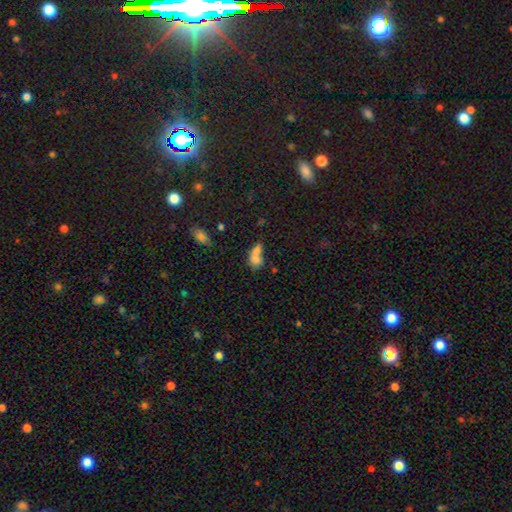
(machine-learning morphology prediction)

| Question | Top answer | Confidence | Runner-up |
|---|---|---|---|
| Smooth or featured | smooth | 74% | featured or disk (14%) |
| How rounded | in between | 74% | round (21%) |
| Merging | merger | 55% | none (24%) |